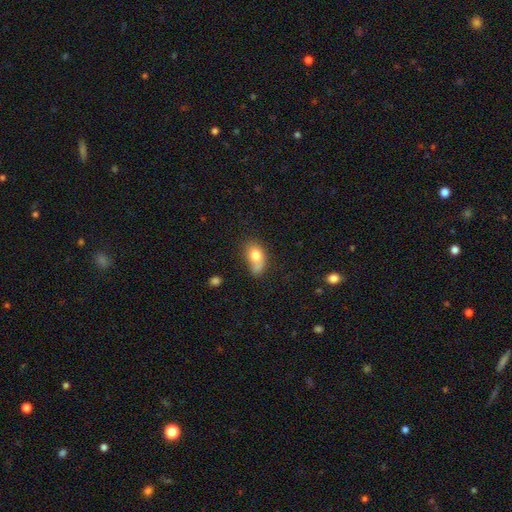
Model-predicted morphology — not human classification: The model was most divided on "merging": none: 37%, minor disturbance: 28%, merger: 20%, major disturbance: 15%. More confident: how rounded — in between (80%); smooth or featured — smooth (76%).